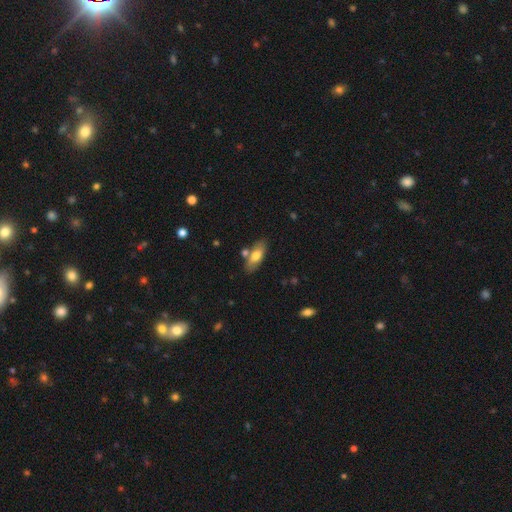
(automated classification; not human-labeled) Smooth or featured? smooth (68%)
How rounded? in between (76%)
Merging? none (74%)